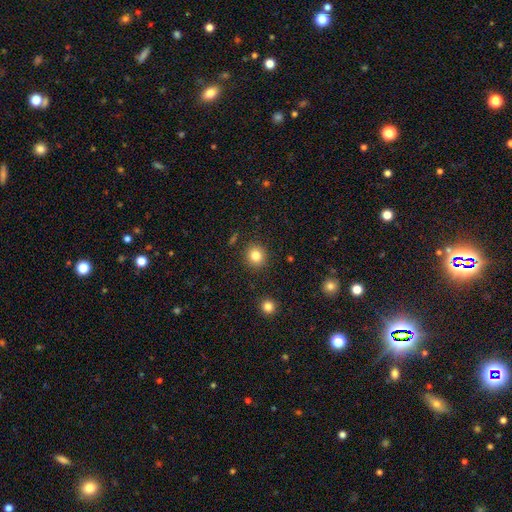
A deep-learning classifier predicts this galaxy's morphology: Smooth or featured?
  - smooth: 83% *
  - star or artifact: 11%
  - featured or disk: 6%
How rounded?
  - round: 90% *
  - in between: 9%
  - cigar-shaped: 1%
Merging?
  - none: 90% *
  - minor disturbance: 6%
  - major disturbance: 2%
  - merger: 2%